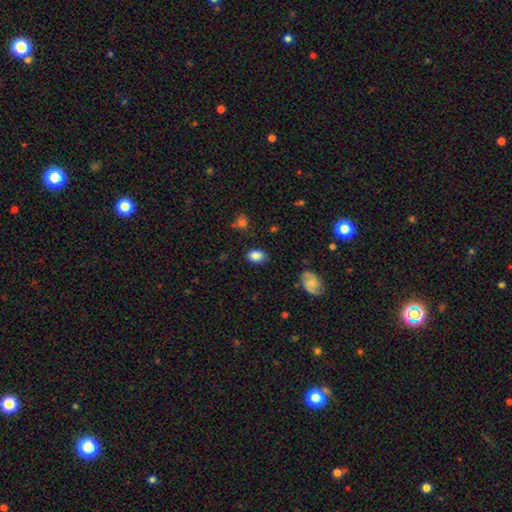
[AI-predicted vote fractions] The model was most divided on "how rounded": in between: 68%, round: 31%, cigar-shaped: 1%. More confident: smooth or featured — smooth (85%); merging — none (82%).